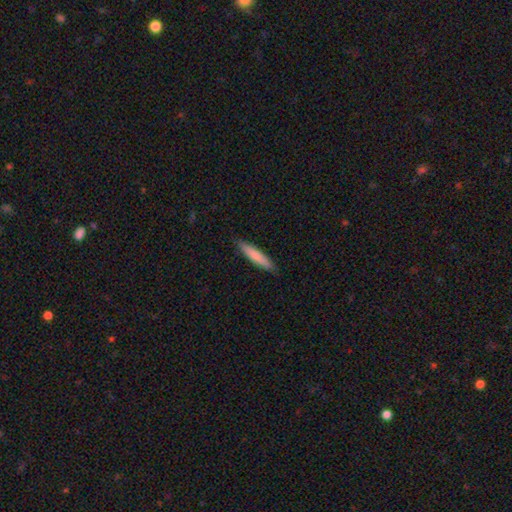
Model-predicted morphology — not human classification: Smooth or featured?
  - smooth: 80% *
  - featured or disk: 15%
  - star or artifact: 5%
How rounded?
  - cigar-shaped: 88% *
  - in between: 11%
  - round: 1%
Merging?
  - none: 88% *
  - minor disturbance: 10%
  - major disturbance: 2%
  - merger: 1%